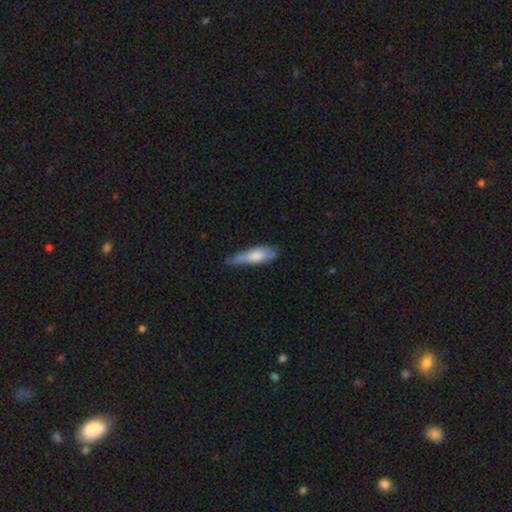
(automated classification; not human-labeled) A smooth galaxy with no disk features (72%) that is cigar-shaped (57%). Merging: none (44%).